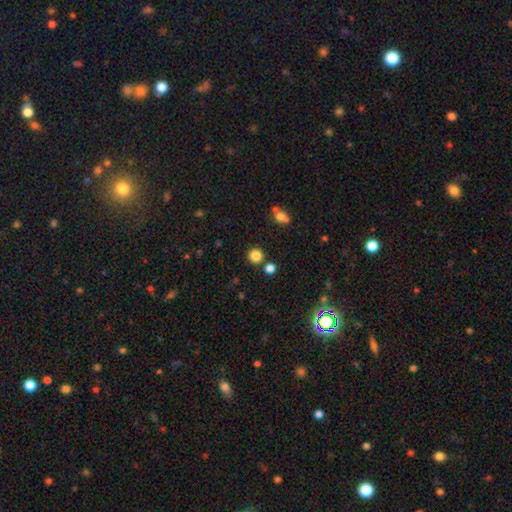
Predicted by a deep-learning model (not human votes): This is clearly a smooth galaxy (83%). How rounded: clearly round (93%). Merging: clearly none (85%).